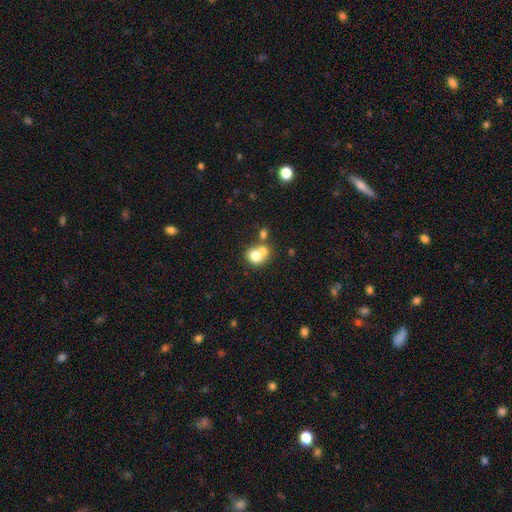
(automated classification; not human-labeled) A smooth galaxy with no disk features (72%) that is round (64%).

Vote fractions:
- Smooth or featured? smooth: 72% / featured or disk: 18% / star or artifact: 10%
- How rounded? round: 64% / in between: 35% / cigar-shaped: 1%
- Merging? merger: 57% / none: 30% / minor disturbance: 9% / major disturbance: 4%